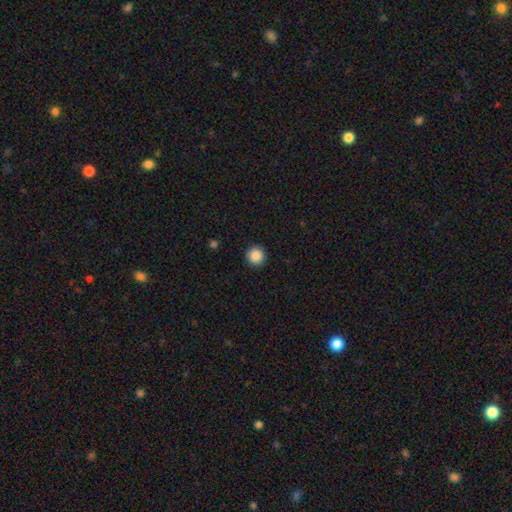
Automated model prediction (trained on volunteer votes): A smooth galaxy with no disk features (88%) that is round (96%).

Vote fractions:
- Smooth or featured? smooth: 88% / star or artifact: 9% / featured or disk: 3%
- How rounded? round: 96% / in between: 3% / cigar-shaped: 1%
- Merging? none: 93% / minor disturbance: 5% / major disturbance: 2% / merger: 1%